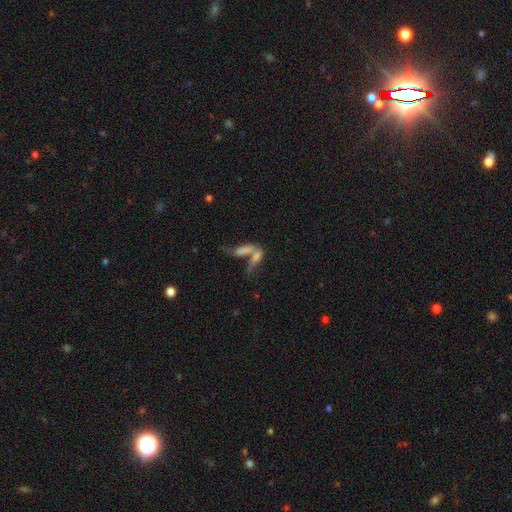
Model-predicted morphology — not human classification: smooth 54%, featured or disk 32%, star or artifact 14%. Down the decision tree: how rounded — cigar-shaped (49%); merging — merger (64%).